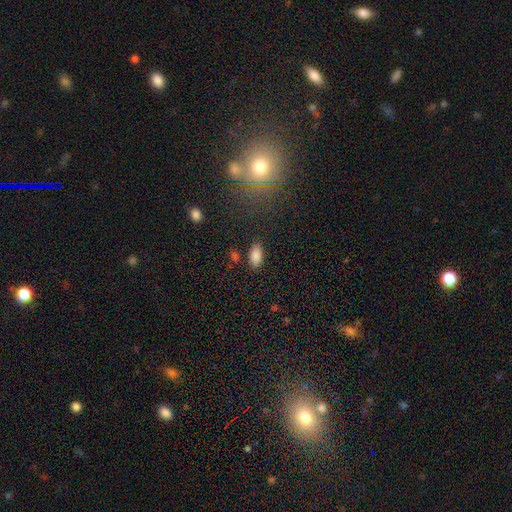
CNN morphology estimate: The model was most divided on "merging": none: 83%, minor disturbance: 10%, merger: 4%, major disturbance: 3%. More confident: how rounded — in between (91%); smooth or featured — smooth (84%).